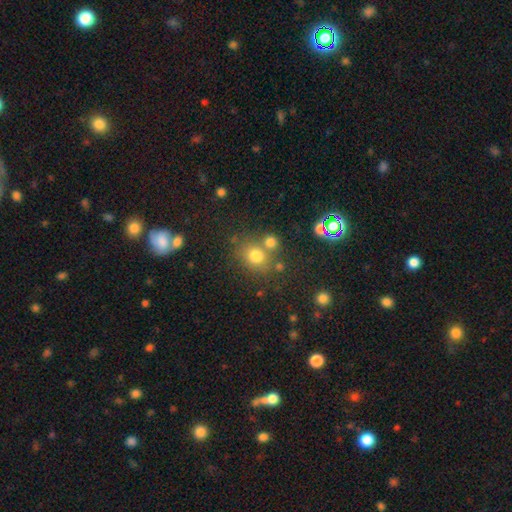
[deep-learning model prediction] Smooth or featured: smooth — 74% (star or artifact — 17%)
How rounded: round — 75% (in between — 24%)
Merging: none — 60% (merger — 24%)